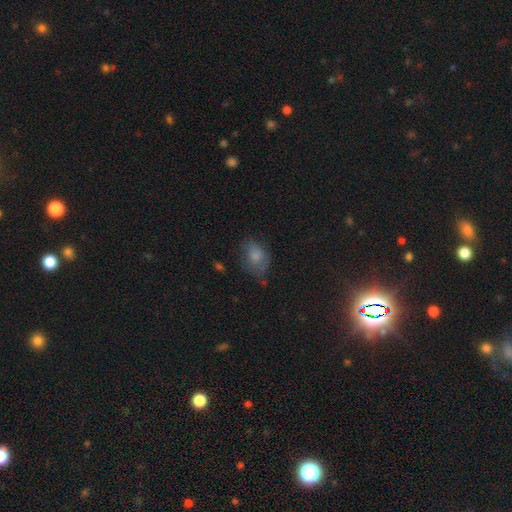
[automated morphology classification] A smooth galaxy with no disk features (74%) that is in between round and cigar-shaped (73%). Merging: none (49%).